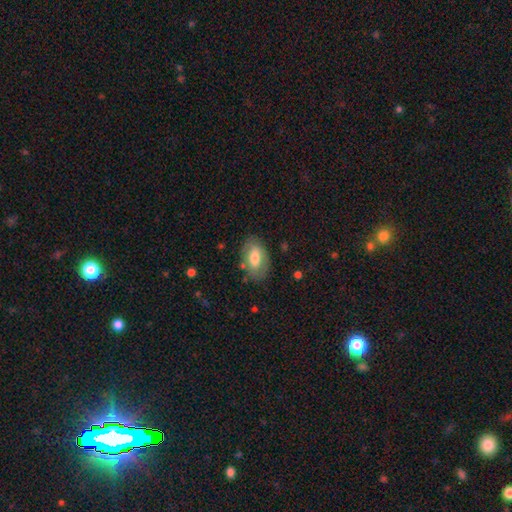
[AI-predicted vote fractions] smooth_or_featured: smooth (p=0.62) [alt: featured or disk p=0.30]
how_rounded: in between (p=0.91) [alt: round p=0.07]
merging: none (p=0.78) [alt: minor disturbance p=0.16]